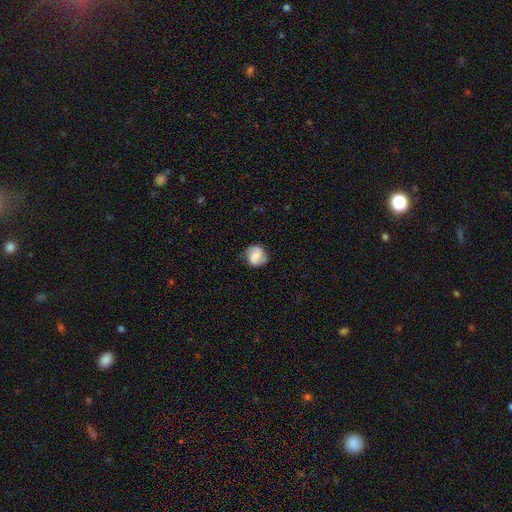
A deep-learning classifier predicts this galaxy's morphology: Smooth or featured? Predicted: smooth (p=0.53). How rounded? Predicted: round (p=0.81). Merging? Predicted: none (p=0.75).